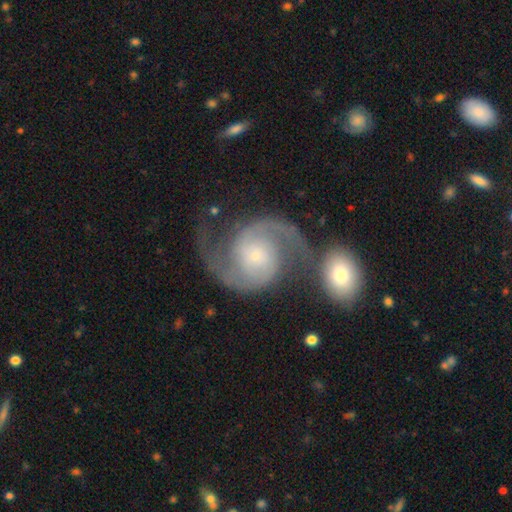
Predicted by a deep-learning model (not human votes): Smooth or featured? Predicted: featured or disk (p=0.91). Edge-on disk? Predicted: no (p=0.98). Bar? Predicted: no (p=0.69). Spiral arms? Predicted: yes (p=0.98). Spiral winding? Predicted: medium (p=0.56). Spiral arm count? Predicted: 2 (p=0.94). Bulge size? Predicted: small (p=0.76). Merging? Predicted: none (p=0.56).